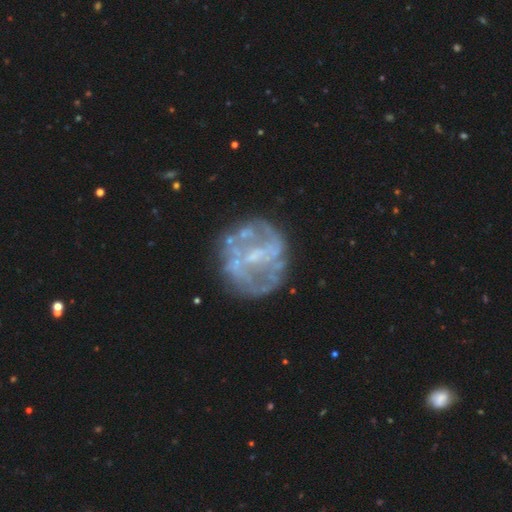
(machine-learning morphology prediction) A featured or disk galaxy (77%) with a weak bar (42%), no spiral arms (54%) and a small central bulge (48%). Merging: none (68%).